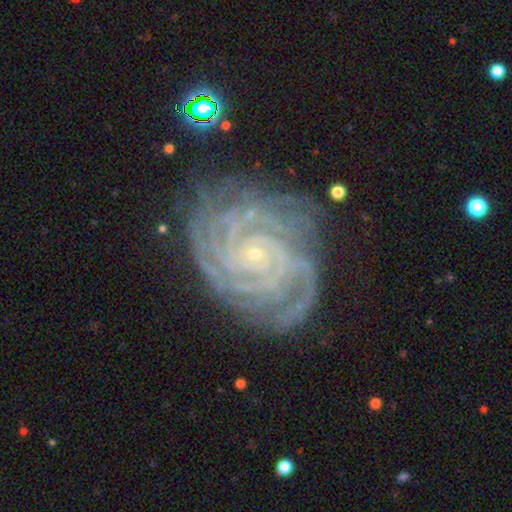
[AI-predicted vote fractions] Q: Smooth or featured?
A: featured or disk (90%); runner-up: star or artifact (6%)
Q: Edge-on disk?
A: no (97%); runner-up: yes (3%)
Q: Bar?
A: no (77%); runner-up: weak (16%)
Q: Spiral arms?
A: yes (98%); runner-up: no (2%)
Q: Spiral winding?
A: tight (82%); runner-up: medium (16%)
Q: Spiral arm count?
A: 4 (29%); runner-up: more than 4 (21%)
Q: Bulge size?
A: small (89%); runner-up: moderate (7%)
Q: Merging?
A: none (75%); runner-up: minor disturbance (17%)